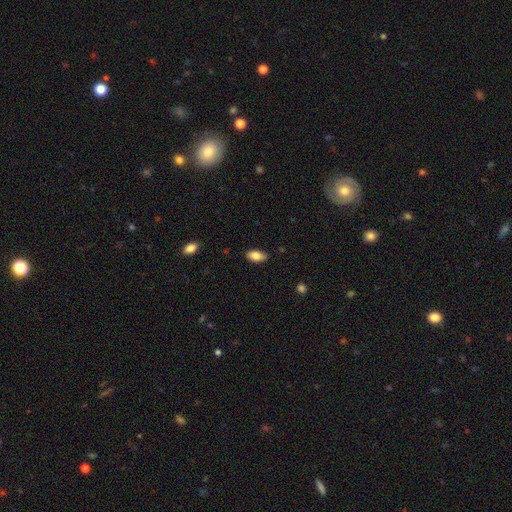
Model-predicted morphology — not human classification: This appears to be a smooth galaxy with no disk features (84%) that is in between round and cigar-shaped (92%). Merging: none (86%).